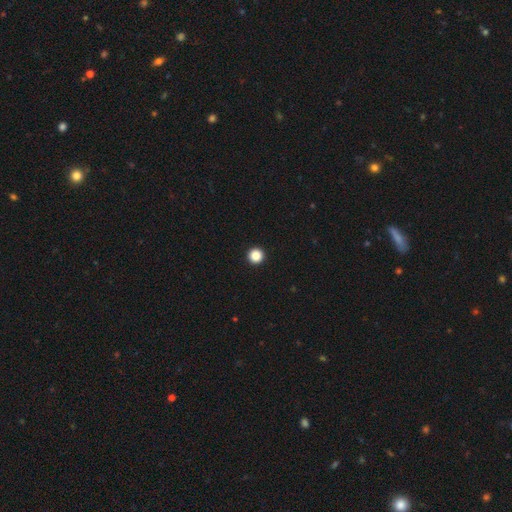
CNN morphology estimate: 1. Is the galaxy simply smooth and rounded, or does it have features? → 87% smooth, 11% star or artifact, 3% featured or disk.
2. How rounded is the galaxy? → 97% round, 2% in between, 1% cigar-shaped.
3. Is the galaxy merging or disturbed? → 95% none, 3% minor disturbance, 1% major disturbance, 1% merger.